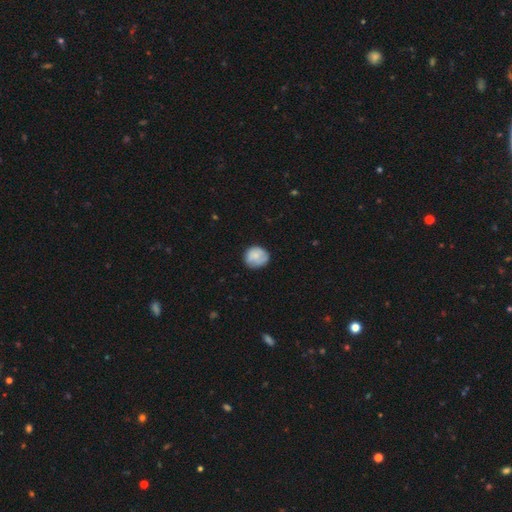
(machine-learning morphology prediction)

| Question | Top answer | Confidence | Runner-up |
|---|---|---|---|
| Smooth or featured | smooth | 74% | featured or disk (19%) |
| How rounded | round | 77% | in between (22%) |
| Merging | none | 71% | minor disturbance (22%) |